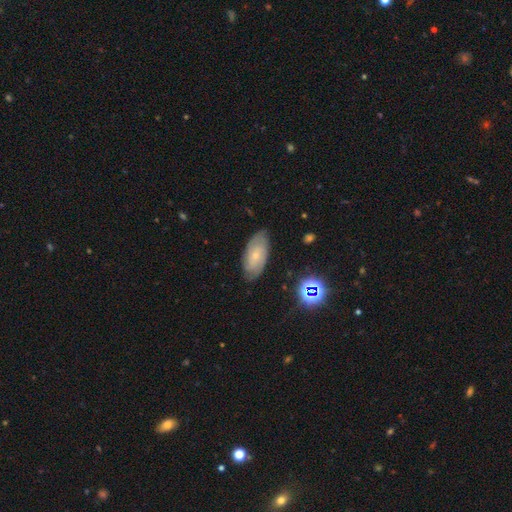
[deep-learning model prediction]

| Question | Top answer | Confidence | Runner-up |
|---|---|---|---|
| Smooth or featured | featured or disk | 62% | smooth (29%) |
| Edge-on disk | no | 93% | yes (7%) |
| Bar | no | 73% | weak (23%) |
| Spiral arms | yes | 87% | no (13%) |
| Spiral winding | tight | 63% | medium (29%) |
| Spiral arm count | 2 | 43% | can't tell (40%) |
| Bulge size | small | 74% | moderate (21%) |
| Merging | none | 77% | minor disturbance (18%) |